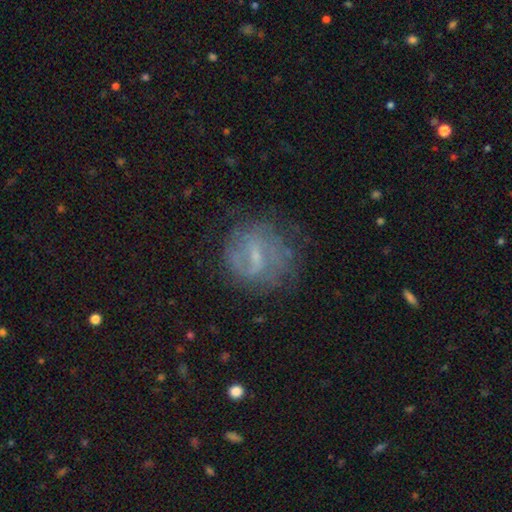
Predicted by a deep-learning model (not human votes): Smooth or featured? featured or disk (64%)
Edge-on disk? no (96%)
Bar? weak (55%)
Spiral arms? yes (70%)
Bulge size? small (60%)
Merging? none (65%)